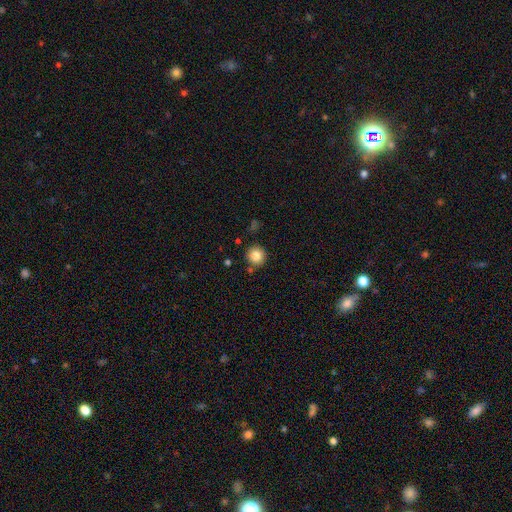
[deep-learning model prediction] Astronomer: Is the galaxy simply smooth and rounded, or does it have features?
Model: smooth — 83%.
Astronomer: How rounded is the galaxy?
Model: round — 93%.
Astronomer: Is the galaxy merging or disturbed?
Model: none — 84%.